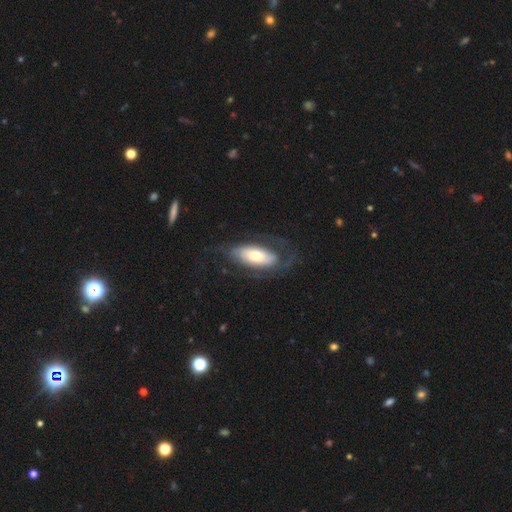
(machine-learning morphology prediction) Overall: featured or disk (58%; smooth 36%). Edge-on disk: no (88%). Bar: no (62%; weak 22%). Spiral arms: yes (75%). Bulge size: moderate (52%; large 25%). Merging: none (59%; major disturbance 21%).